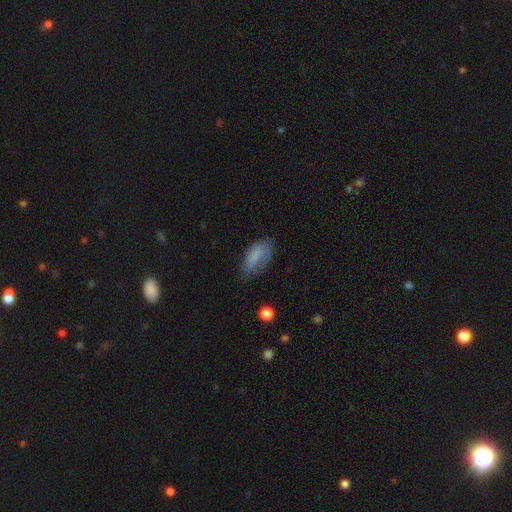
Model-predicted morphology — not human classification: smooth-or-featured: smooth: 74% | featured or disk: 17% | star or artifact: 9%
  how-rounded: in between: 88% | cigar-shaped: 8% | round: 4%
  merging: none: 51% | minor disturbance: 32% | major disturbance: 15% | merger: 2%